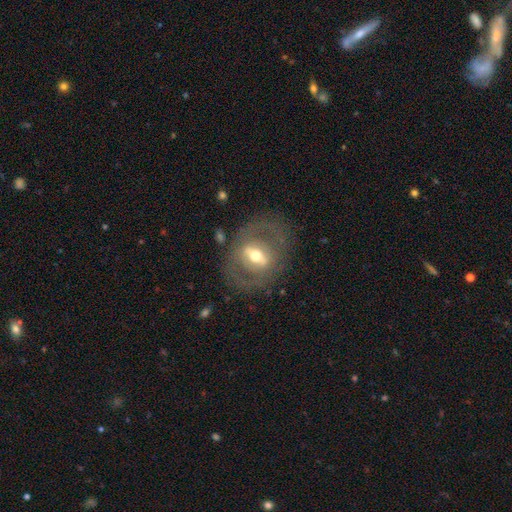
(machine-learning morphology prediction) A featured or disk galaxy (72%) with a strong bar (58%), no spiral arms (74%) and a moderate central bulge (68%). Merging: none (75%).